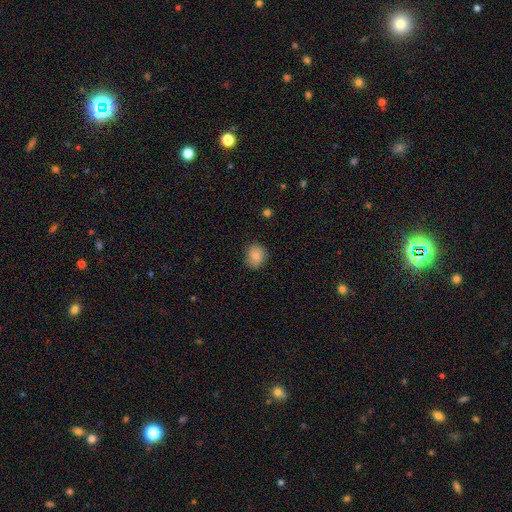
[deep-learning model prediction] The model was most divided on "how rounded": round: 75%, in between: 24%, cigar-shaped: 1%. More confident: smooth or featured — smooth (84%); merging — none (83%).